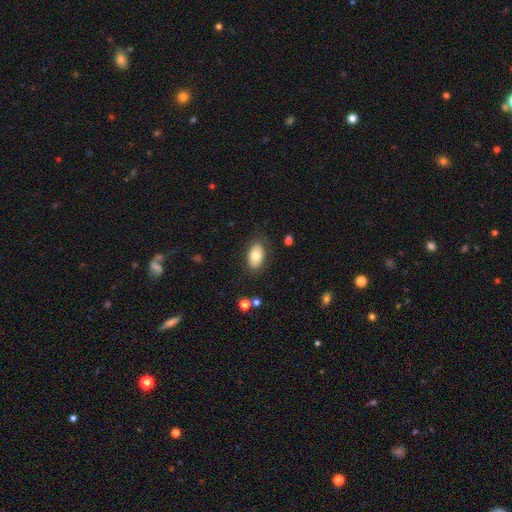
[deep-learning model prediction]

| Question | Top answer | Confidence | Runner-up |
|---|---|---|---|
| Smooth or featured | smooth | 75% | featured or disk (18%) |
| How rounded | in between | 91% | round (8%) |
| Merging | none | 81% | minor disturbance (14%) |